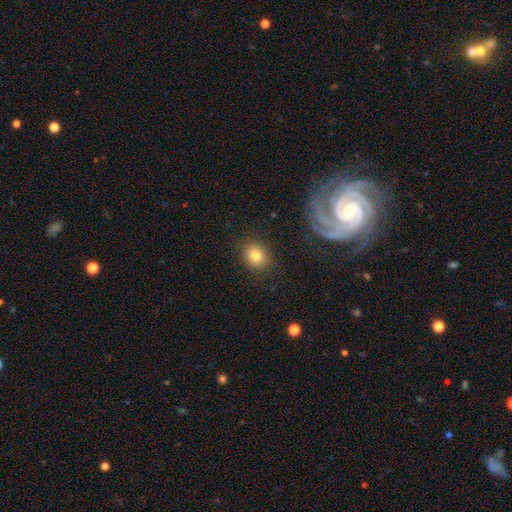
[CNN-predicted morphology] Smooth or featured?
  - smooth: 82% *
  - star or artifact: 10%
  - featured or disk: 8%
How rounded?
  - round: 58% *
  - in between: 41%
  - cigar-shaped: 1%
Merging?
  - none: 87% *
  - minor disturbance: 9%
  - major disturbance: 3%
  - merger: 1%